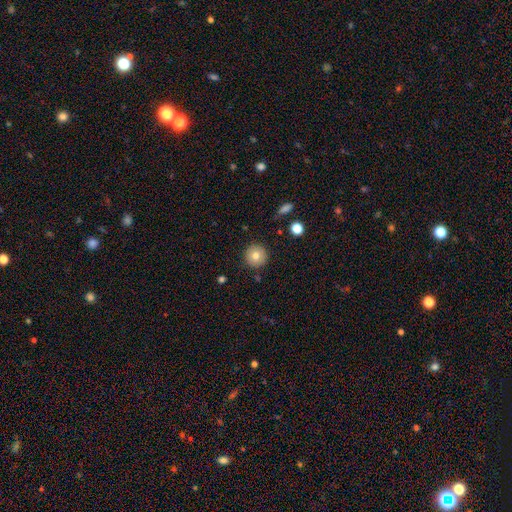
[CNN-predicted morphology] smooth_or_featured: smooth (p=0.79) [alt: featured or disk p=0.11]
how_rounded: round (p=0.96) [alt: in between p=0.03]
merging: none (p=0.90) [alt: minor disturbance p=0.07]